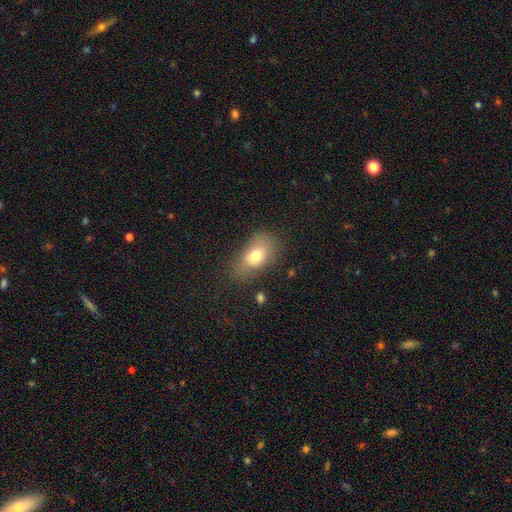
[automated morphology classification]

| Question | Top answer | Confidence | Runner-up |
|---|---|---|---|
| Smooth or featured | smooth | 75% | featured or disk (16%) |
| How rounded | in between | 85% | round (12%) |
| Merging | none | 60% | minor disturbance (25%) |